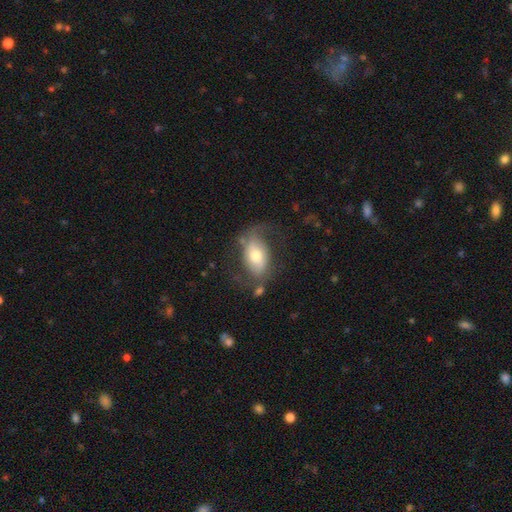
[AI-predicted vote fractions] Q: Smooth or featured?
A: smooth (49%); runner-up: featured or disk (44%)
Q: Merging?
A: none (53%); runner-up: minor disturbance (23%)